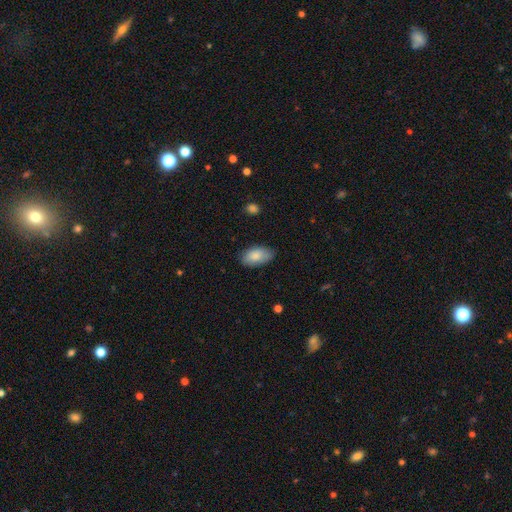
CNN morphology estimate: smooth-or-featured: smooth: 83% | featured or disk: 10% | star or artifact: 6%
  how-rounded: in between: 94% | round: 4% | cigar-shaped: 2%
  merging: none: 80% | minor disturbance: 17% | major disturbance: 3% | merger: 1%